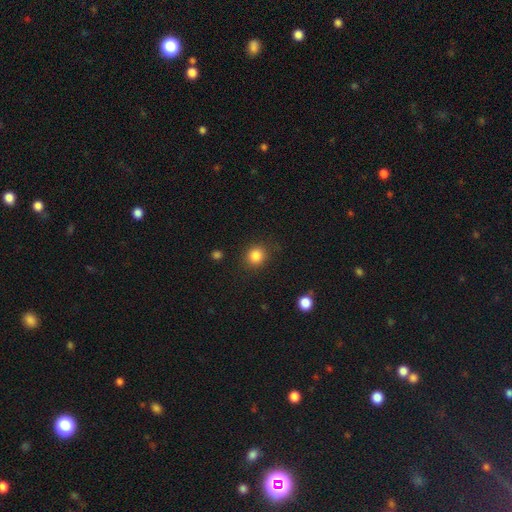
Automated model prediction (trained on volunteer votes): This appears to be a smooth galaxy with no disk features (85%) that is round (85%). Merging: none (85%).